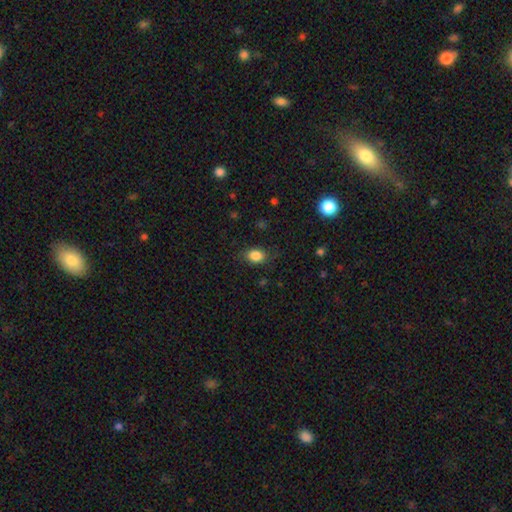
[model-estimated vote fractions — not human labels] smooth 85%, star or artifact 9%, featured or disk 5%. Down the decision tree: how rounded — in between (70%); merging — none (78%).